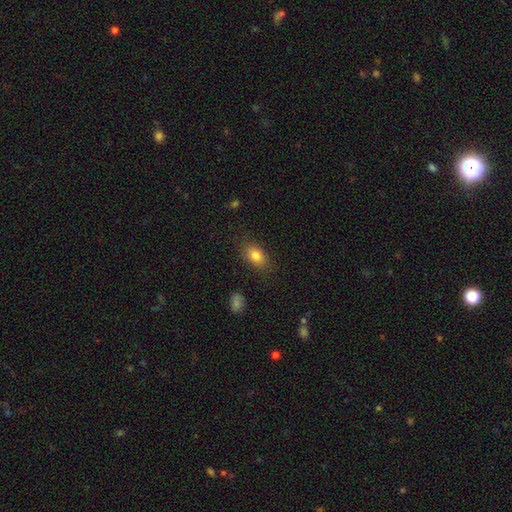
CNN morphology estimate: smooth_or_featured: smooth (p=0.82) [alt: star or artifact p=0.09]
how_rounded: in between (p=0.85) [alt: round p=0.13]
merging: none (p=0.82) [alt: minor disturbance p=0.13]